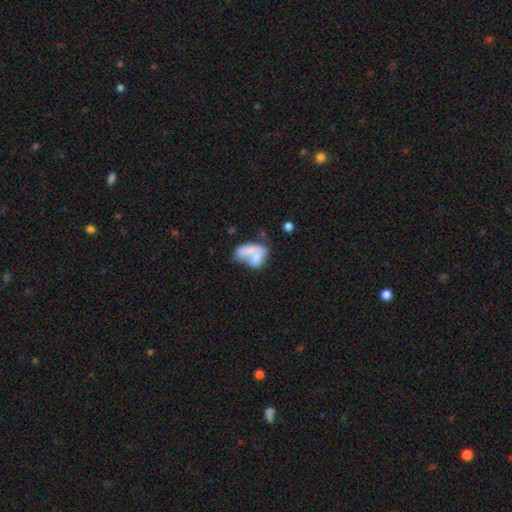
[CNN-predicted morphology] This appears to be a smooth galaxy with no disk features (66%) that is in between round and cigar-shaped (82%). Merging: merger (61%).